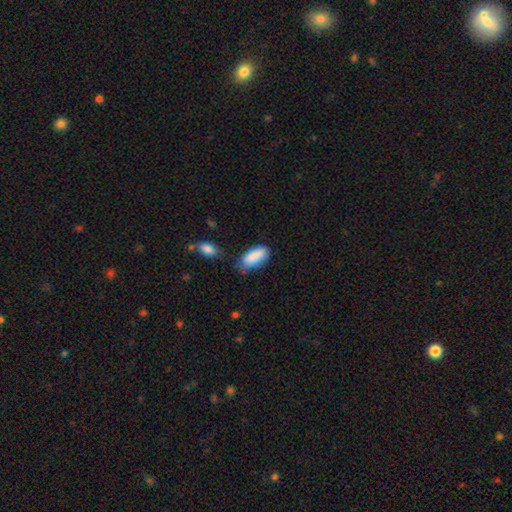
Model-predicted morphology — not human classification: The model was most divided on "merging": none: 63%, minor disturbance: 26%, major disturbance: 6%, merger: 5%. More confident: smooth or featured — smooth (88%); how rounded — in between (84%).